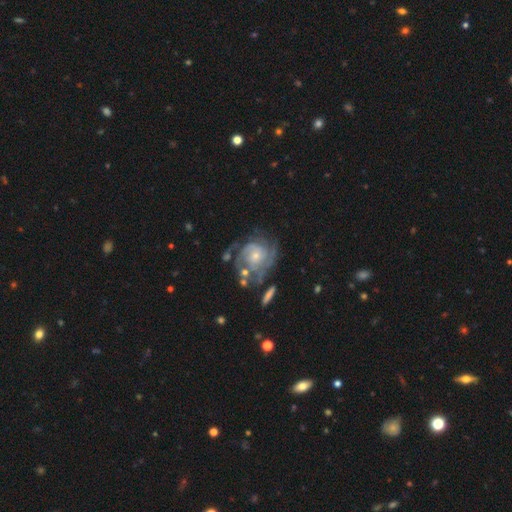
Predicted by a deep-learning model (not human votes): Q: Smooth or featured?
A: featured or disk (84%); runner-up: smooth (10%)
Q: Edge-on disk?
A: no (97%); runner-up: yes (3%)
Q: Bar?
A: no (73%); runner-up: weak (23%)
Q: Spiral arms?
A: yes (94%); runner-up: no (6%)
Q: Spiral winding?
A: tight (58%); runner-up: medium (32%)
Q: Spiral arm count?
A: can't tell (28%); runner-up: 2 (27%)
Q: Bulge size?
A: small (63%); runner-up: moderate (31%)
Q: Merging?
A: none (55%); runner-up: minor disturbance (20%)